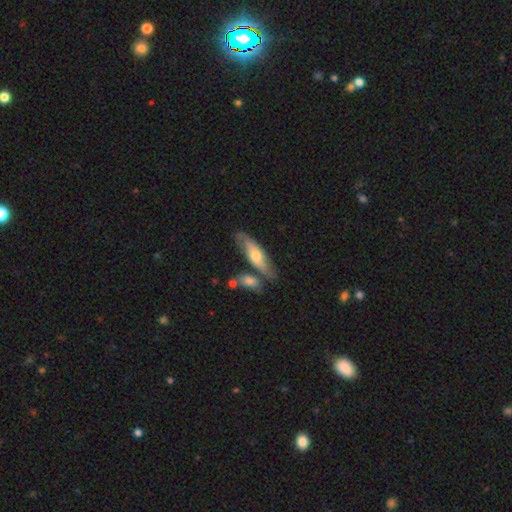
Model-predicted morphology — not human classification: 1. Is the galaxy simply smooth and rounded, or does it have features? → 49% smooth, 45% featured or disk, 5% star or artifact.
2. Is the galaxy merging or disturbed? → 68% none, 15% minor disturbance, 13% merger, 4% major disturbance.